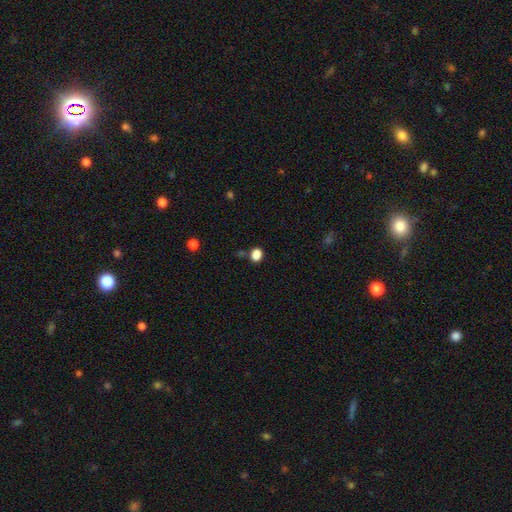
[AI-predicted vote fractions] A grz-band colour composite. It shows a smooth galaxy with no disk features (82%) that is round (51%). Merging: none (74%).